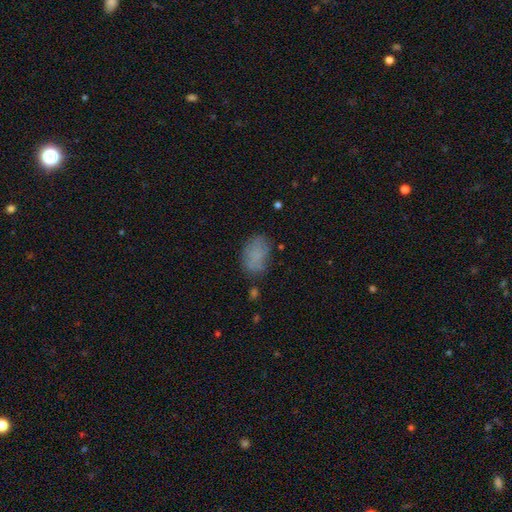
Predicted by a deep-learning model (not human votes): This appears to be a smooth galaxy with no disk features (75%) that is in between round and cigar-shaped (89%). Merging: none (66%).